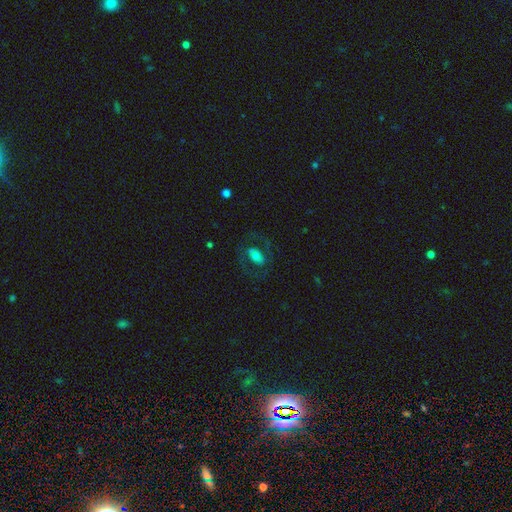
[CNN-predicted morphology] Q: Smooth or featured?
A: featured or disk (47%); runner-up: smooth (45%)
Q: Merging?
A: none (70%); runner-up: major disturbance (16%)